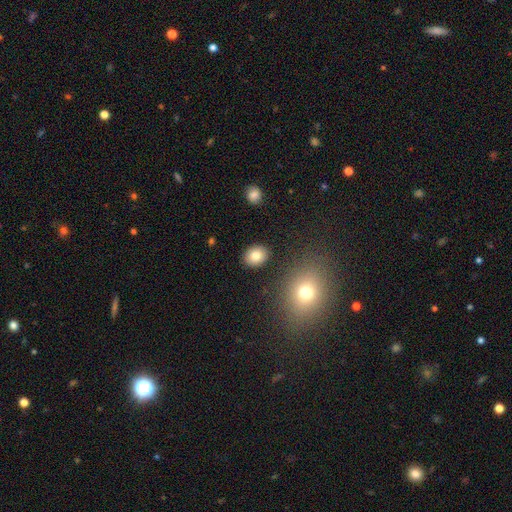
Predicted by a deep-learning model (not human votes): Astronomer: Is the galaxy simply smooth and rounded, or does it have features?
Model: smooth — 83%.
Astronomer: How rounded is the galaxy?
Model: round — 57% (runner-up: in between, 42%).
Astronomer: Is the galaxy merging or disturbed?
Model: none — 88%.